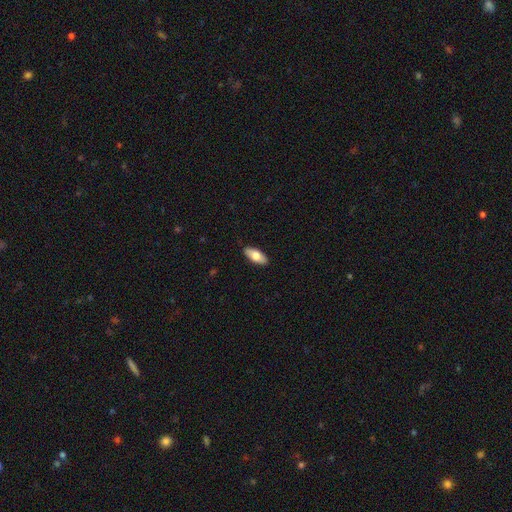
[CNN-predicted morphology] Smooth or featured? Predicted: smooth (p=0.73). How rounded? Predicted: in between (p=0.83). Merging? Predicted: none (p=0.89).